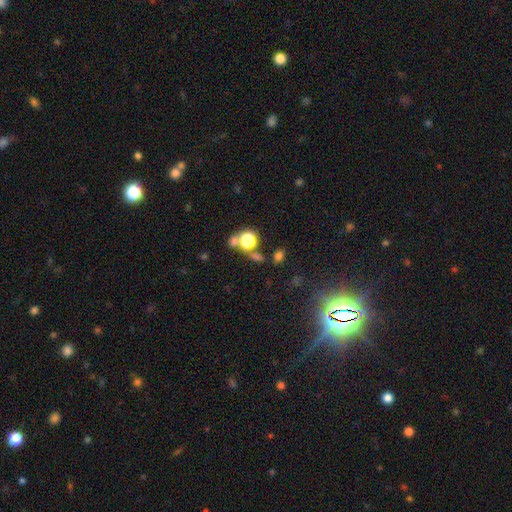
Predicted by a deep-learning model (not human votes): Smooth or featured?
  - star or artifact: 62% *
  - smooth: 28%
  - featured or disk: 10%